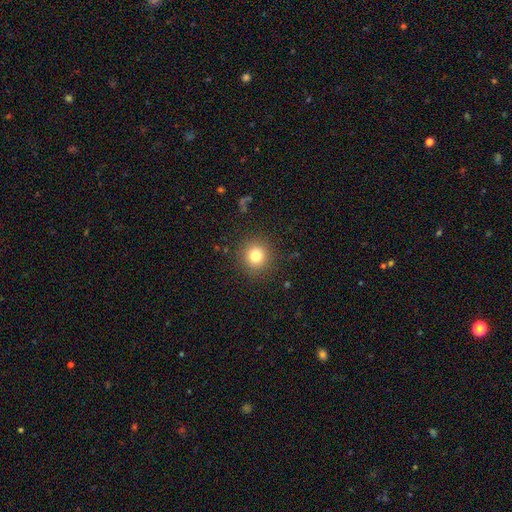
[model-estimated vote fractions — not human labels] A smooth galaxy with no disk features (80%) that is round (93%).

Vote fractions:
- Smooth or featured? smooth: 80% / star or artifact: 13% / featured or disk: 8%
- How rounded? round: 93% / in between: 6% / cigar-shaped: 1%
- Merging? none: 89% / minor disturbance: 7% / major disturbance: 3% / merger: 1%